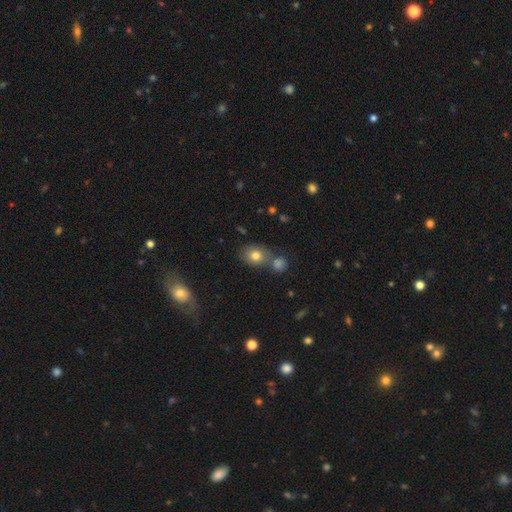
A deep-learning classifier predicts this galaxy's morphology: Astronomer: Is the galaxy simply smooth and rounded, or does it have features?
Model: smooth — 78%.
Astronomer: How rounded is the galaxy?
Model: in between — 51% (runner-up: round, 48%).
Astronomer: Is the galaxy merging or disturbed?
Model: none — 58%.